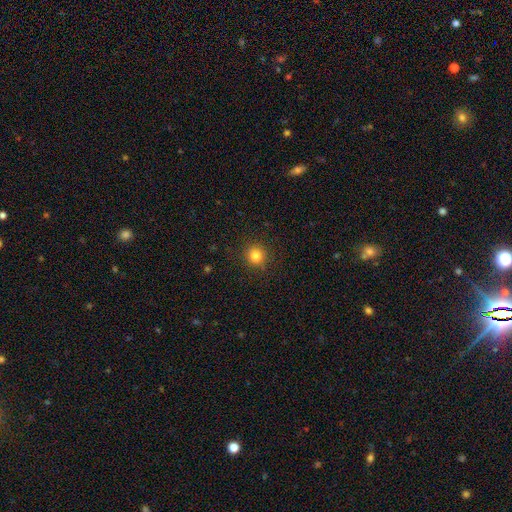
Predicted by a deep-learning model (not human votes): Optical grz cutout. It shows a smooth galaxy with no disk features (82%) that is round (93%). Merging: none (90%).